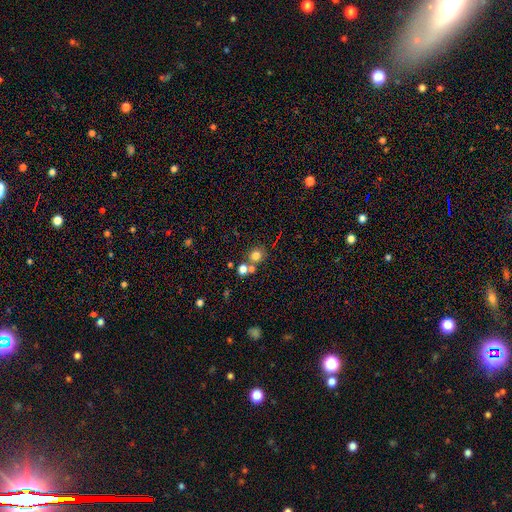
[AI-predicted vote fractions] smooth_or_featured: smooth (p=0.76) [alt: star or artifact p=0.15]
how_rounded: round (p=0.81) [alt: in between p=0.18]
merging: none (p=0.62) [alt: merger p=0.26]